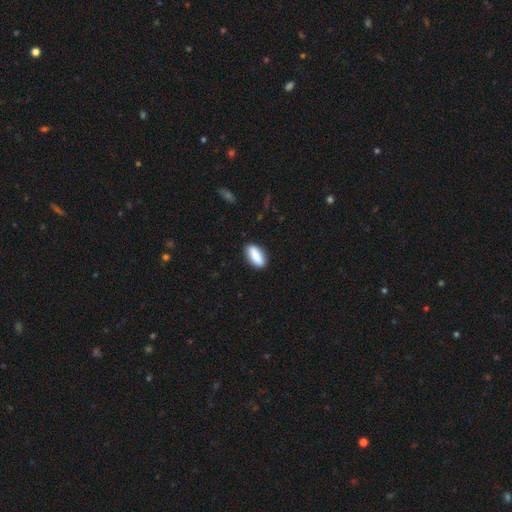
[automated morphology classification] This is clearly a smooth galaxy (87%). How rounded: clearly in between (81%). Merging: clearly none (87%).